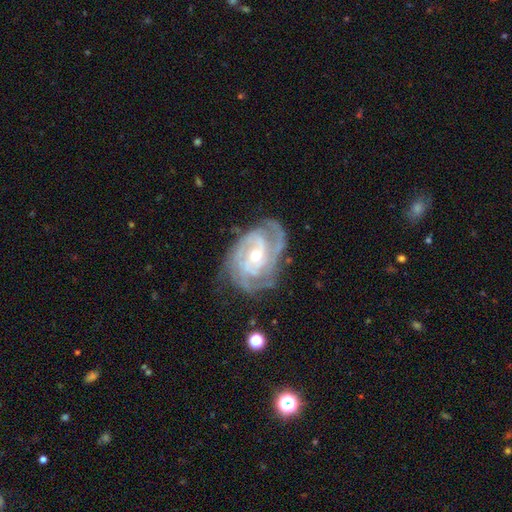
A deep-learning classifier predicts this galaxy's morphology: smooth_or_featured: featured or disk (p=0.90) [alt: smooth p=0.05]
disk_edge_on: no (p=0.97) [alt: yes p=0.03]
bar: no (p=0.47) [alt: weak p=0.40]
has_spiral_arms: yes (p=0.97) [alt: no p=0.03]
spiral_winding: tight (p=0.66) [alt: medium p=0.29]
spiral_arm_count: 3 (p=0.32) [alt: 2 p=0.24]
bulge_size: moderate (p=0.50) [alt: small p=0.46]
merging: none (p=0.69) [alt: minor disturbance p=0.21]